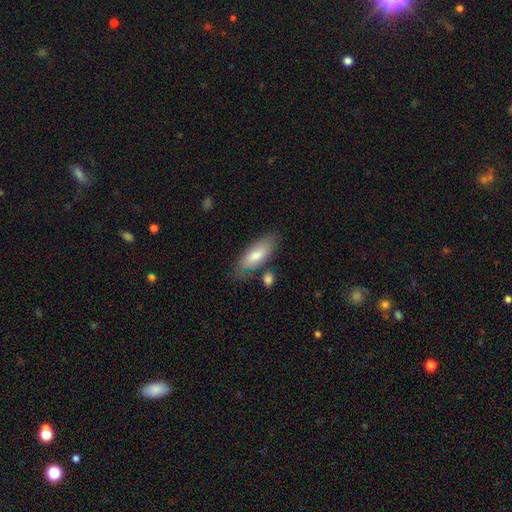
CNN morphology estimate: Overall: smooth (72%). How rounded: in between (75%). Merging: none (70%).